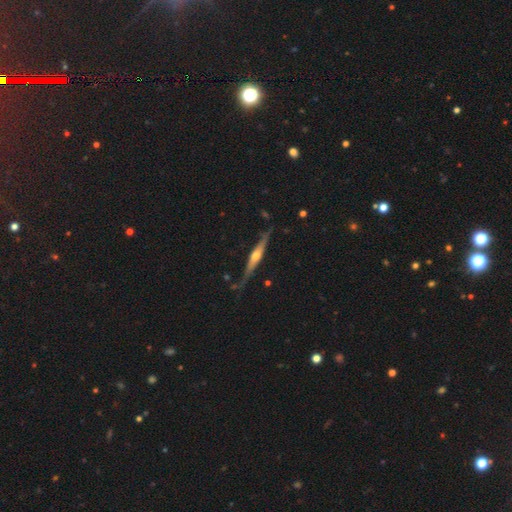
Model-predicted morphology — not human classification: Smooth or featured? Predicted: featured or disk (p=0.73). Edge-on disk? Predicted: yes (p=0.96). Edge-on bulge? Predicted: rounded (p=0.88). Merging? Predicted: none (p=0.73).